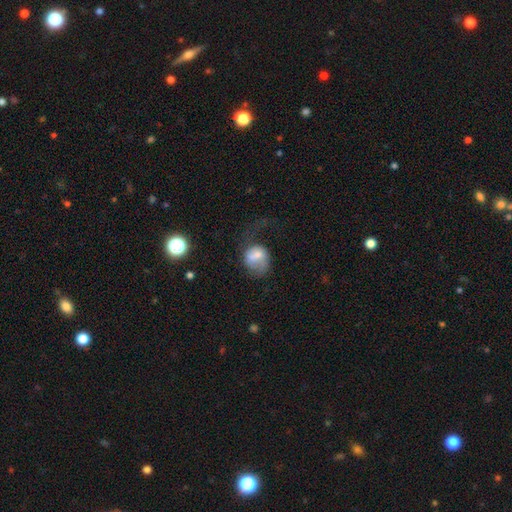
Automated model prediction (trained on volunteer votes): A smooth galaxy with no disk features (61%) that is round (57%). Merging: major disturbance (47%).